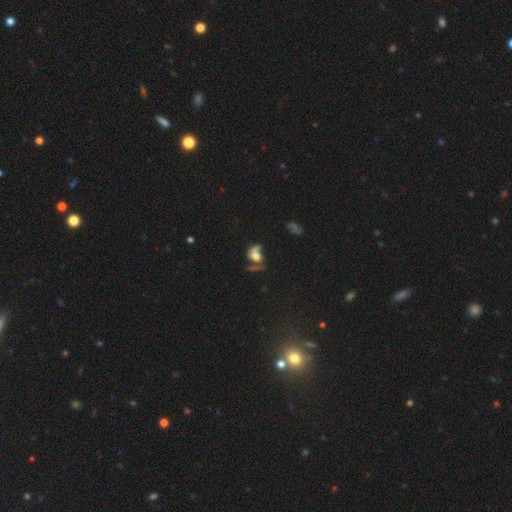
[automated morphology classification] A featured or disk galaxy (61%) with no bar (74%), spiral arms (72%) and a moderate central bulge (42%).

Vote fractions:
- Smooth or featured? featured or disk: 61% / smooth: 26% / star or artifact: 12%
- Edge-on disk? no: 94% / yes: 6%
- Bar? no: 74% / weak: 19% / strong: 7%
- Spiral arms? yes: 72% / no: 28%
- Bulge size? moderate: 42% / large: 38% / small: 10% / dominant: 6% / none: 4%
- Merging? major disturbance: 34% (tied) / none: 34% (tied) / minor disturbance: 18% / merger: 15%